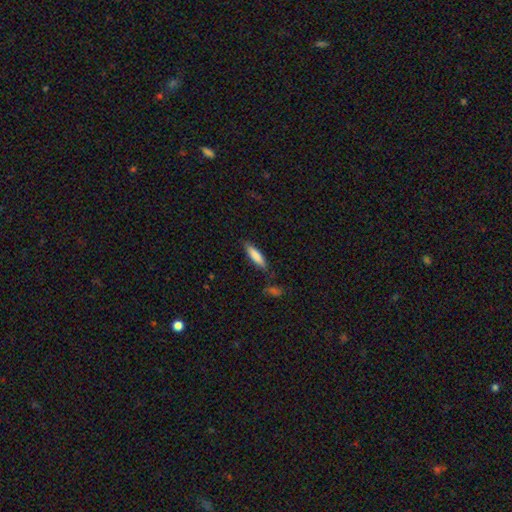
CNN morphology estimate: Overall: smooth (80%). How rounded: cigar-shaped (73%). Merging: none (81%).